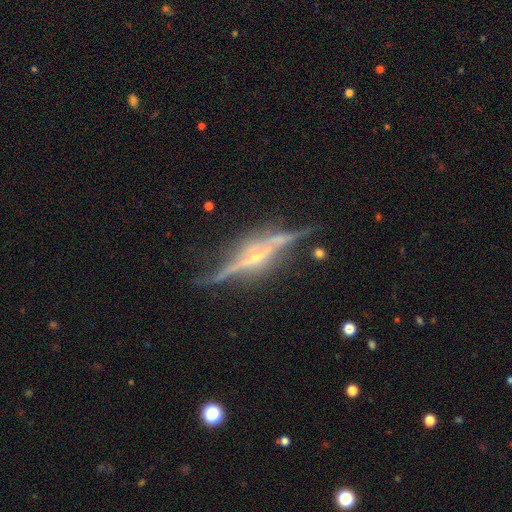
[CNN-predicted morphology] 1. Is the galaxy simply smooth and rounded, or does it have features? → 88% featured or disk, 6% star or artifact, 6% smooth.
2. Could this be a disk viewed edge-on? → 95% yes, 5% no.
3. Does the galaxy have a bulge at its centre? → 78% rounded, 12% boxy, 10% none.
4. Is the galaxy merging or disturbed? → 75% none, 16% minor disturbance, 6% major disturbance, 3% merger.